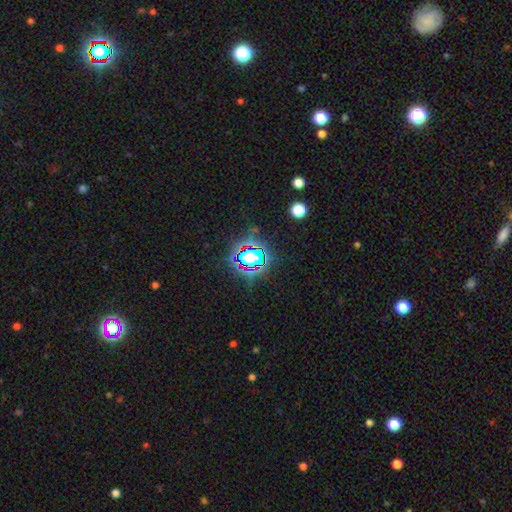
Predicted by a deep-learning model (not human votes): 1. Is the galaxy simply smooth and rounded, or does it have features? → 67% star or artifact, 20% smooth, 12% featured or disk.